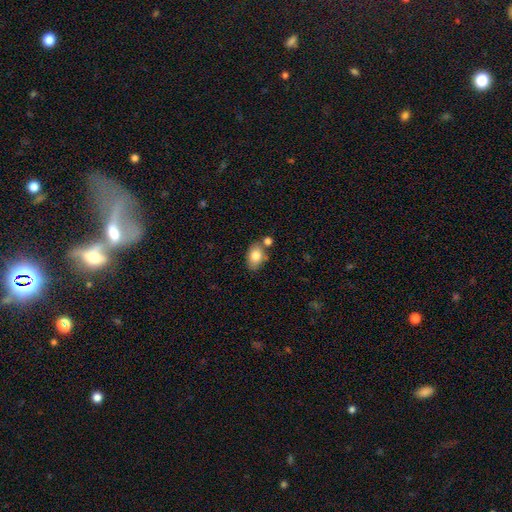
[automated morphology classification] type=smooth (81%); roundness=in between (80%); merging=none (65%).